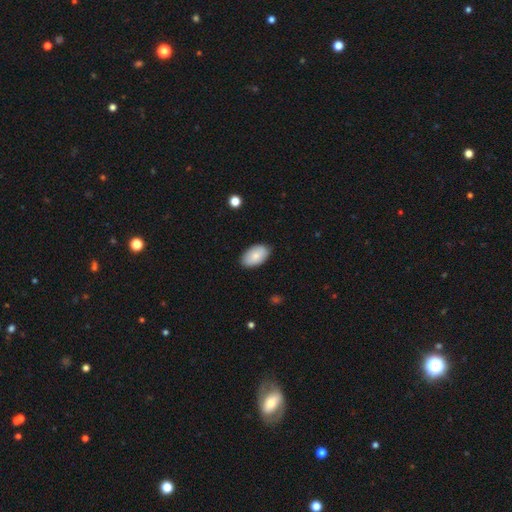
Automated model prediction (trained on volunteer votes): Q: Smooth or featured?
A: smooth (82%); runner-up: featured or disk (11%)
Q: How rounded?
A: in between (95%); runner-up: round (4%)
Q: Merging?
A: none (86%); runner-up: minor disturbance (11%)